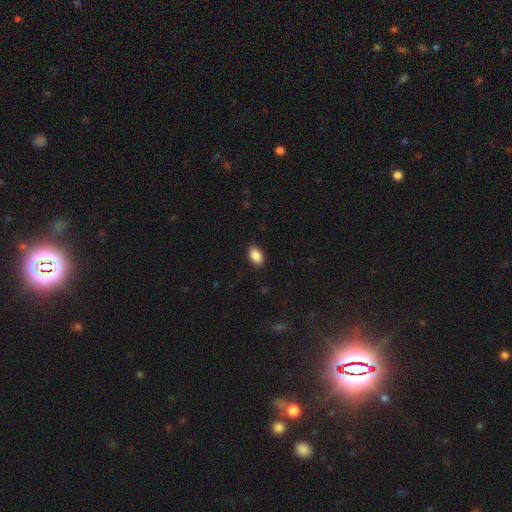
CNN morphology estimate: smooth-or-featured: smooth: 89% | star or artifact: 8% | featured or disk: 3%
  how-rounded: in between: 90% | round: 8% | cigar-shaped: 1%
  merging: none: 89% | minor disturbance: 8% | major disturbance: 2% | merger: 1%